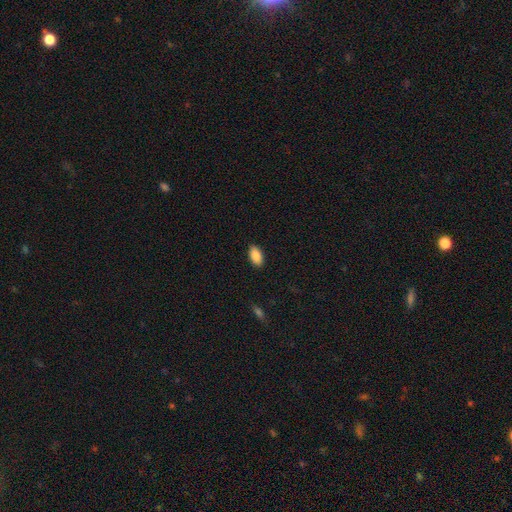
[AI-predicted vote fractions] A smooth galaxy with no disk features (89%) that is in between round and cigar-shaped (94%).

Vote fractions:
- Smooth or featured? smooth: 89% / star or artifact: 7% / featured or disk: 4%
- How rounded? in between: 94% / round: 3% / cigar-shaped: 3%
- Merging? none: 88% / minor disturbance: 9% / major disturbance: 2% / merger: 1%